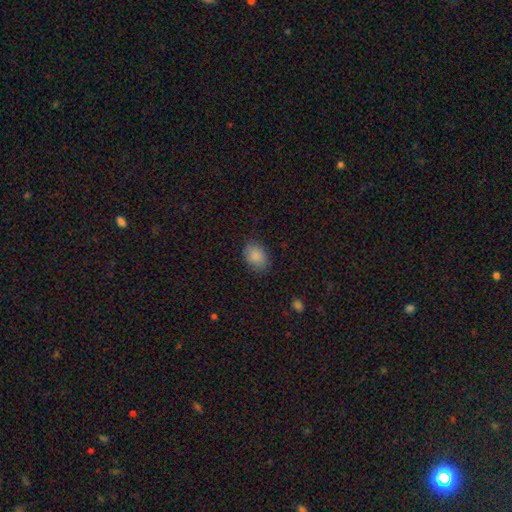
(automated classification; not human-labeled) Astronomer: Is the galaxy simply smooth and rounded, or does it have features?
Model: smooth — 87%.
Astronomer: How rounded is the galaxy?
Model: in between — 75%.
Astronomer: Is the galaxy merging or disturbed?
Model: none — 82%.